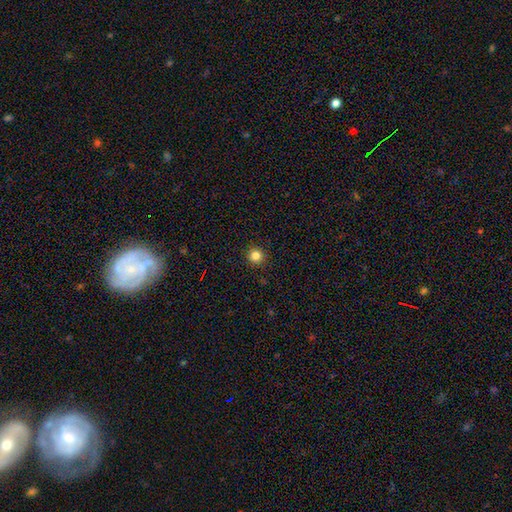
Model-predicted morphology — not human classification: This is clearly a smooth galaxy (84%). How rounded: clearly round (95%). Merging: clearly none (93%).